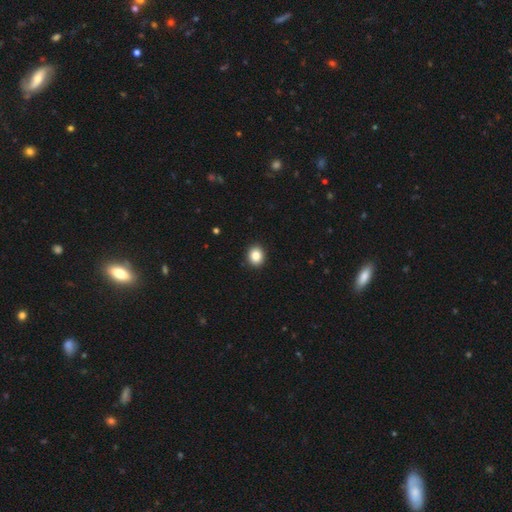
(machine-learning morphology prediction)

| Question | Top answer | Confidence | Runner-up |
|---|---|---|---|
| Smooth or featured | smooth | 86% | star or artifact (9%) |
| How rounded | round | 67% | in between (33%) |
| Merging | none | 92% | minor disturbance (5%) |